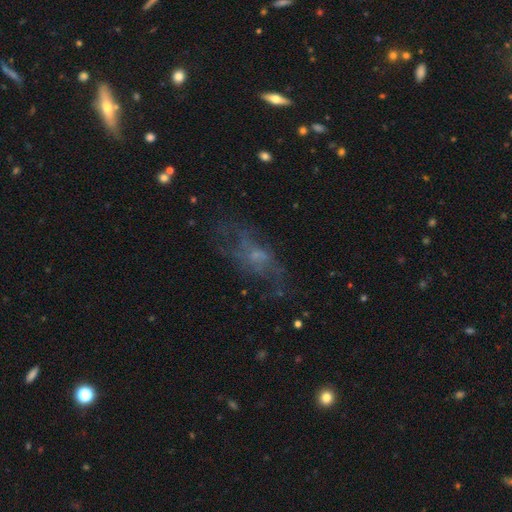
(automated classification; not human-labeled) featured or disk 50%, smooth 32%, star or artifact 18%. Down the decision tree: edge-on disk — no (90%); merging — none (52%).